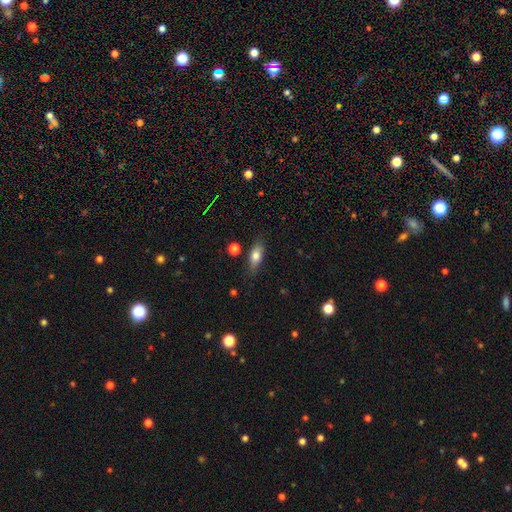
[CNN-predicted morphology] Q: Smooth or featured?
A: smooth (74%); runner-up: featured or disk (18%)
Q: How rounded?
A: in between (74%); runner-up: cigar-shaped (21%)
Q: Merging?
A: none (80%); runner-up: minor disturbance (14%)